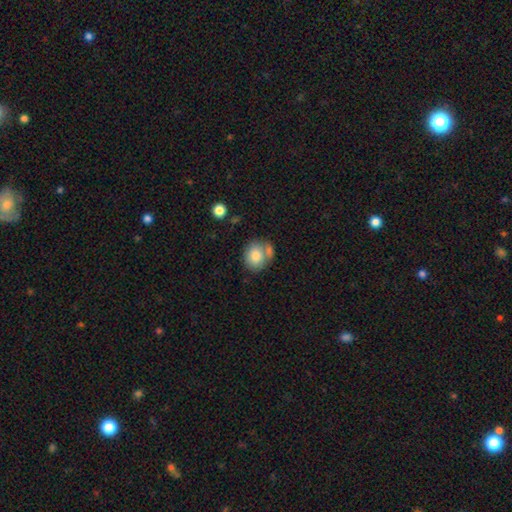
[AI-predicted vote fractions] This appears to be a smooth galaxy with no disk features (81%) that is round (66%). Merging: none (52%).